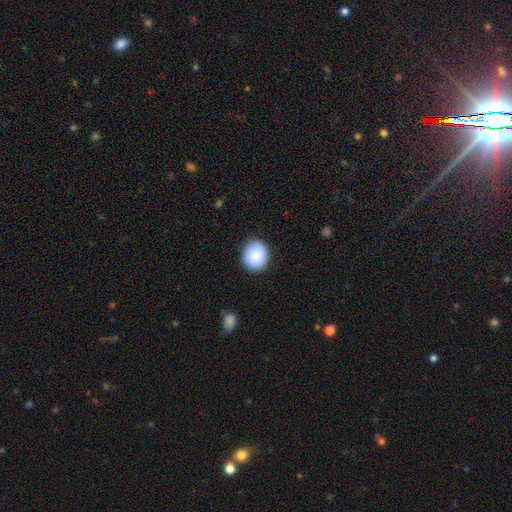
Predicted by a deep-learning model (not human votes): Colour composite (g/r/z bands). It shows a smooth galaxy with no disk features (84%) that is round (77%). Merging: none (87%).